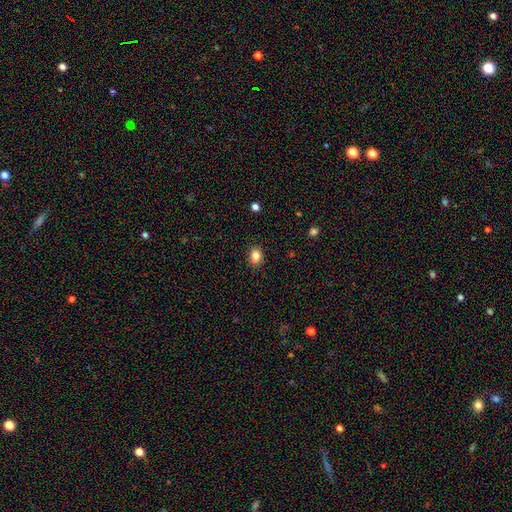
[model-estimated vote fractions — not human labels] Q: Smooth or featured?
A: smooth (85%); runner-up: star or artifact (10%)
Q: How rounded?
A: in between (66%); runner-up: round (33%)
Q: Merging?
A: none (88%); runner-up: minor disturbance (9%)